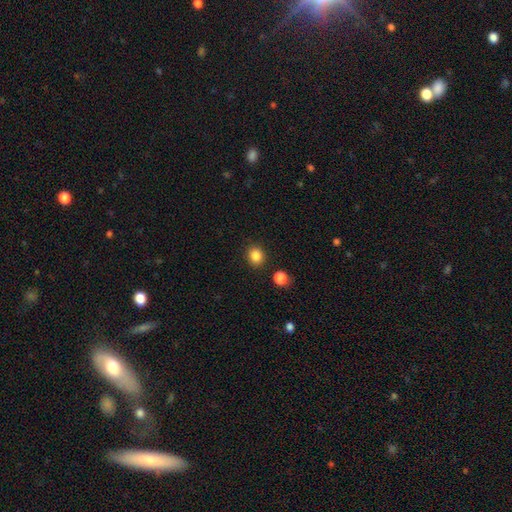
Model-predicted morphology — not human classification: Smooth or featured? Predicted: smooth (p=0.85). How rounded? Predicted: round (p=0.72). Merging? Predicted: none (p=0.87).